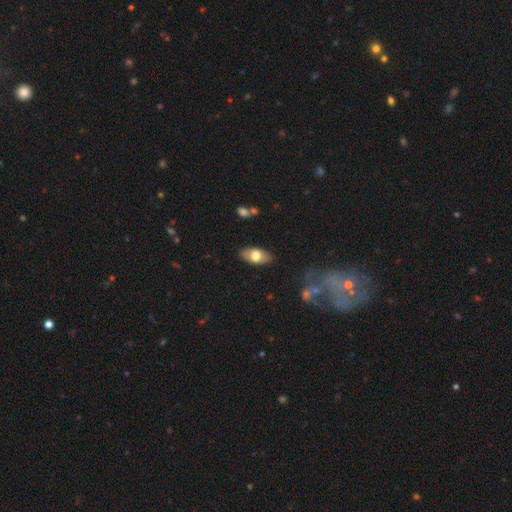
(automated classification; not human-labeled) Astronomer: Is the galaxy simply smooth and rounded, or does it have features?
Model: smooth — 67%.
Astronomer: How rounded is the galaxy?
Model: in between — 91%.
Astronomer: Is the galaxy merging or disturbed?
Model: none — 85%.